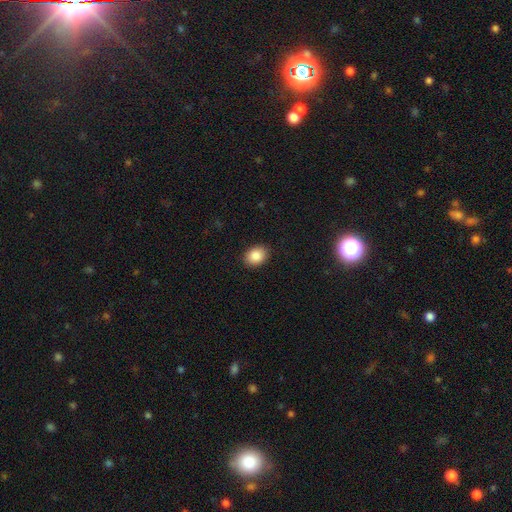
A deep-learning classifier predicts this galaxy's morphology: This is clearly a smooth galaxy (88%). How rounded: likely in between (65%). Merging: clearly none (89%).